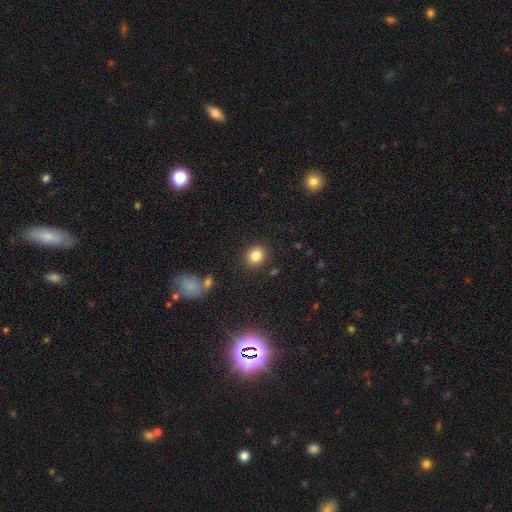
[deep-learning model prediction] Q: Smooth or featured?
A: smooth (83%); runner-up: star or artifact (11%)
Q: How rounded?
A: round (69%); runner-up: in between (30%)
Q: Merging?
A: none (87%); runner-up: minor disturbance (8%)